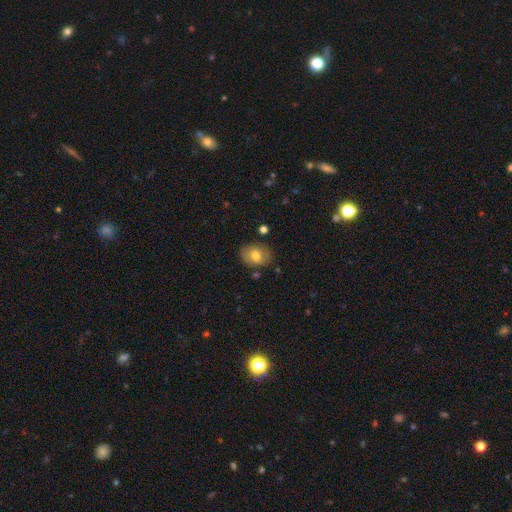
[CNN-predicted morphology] Overall: smooth (67%). How rounded: in between (60%; round 39%). Merging: none (79%).